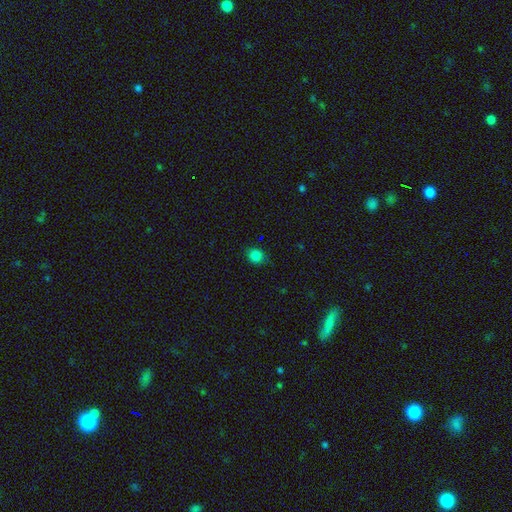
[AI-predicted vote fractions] This is clearly a smooth galaxy (82%). How rounded: likely round (73%). Merging: clearly none (83%).